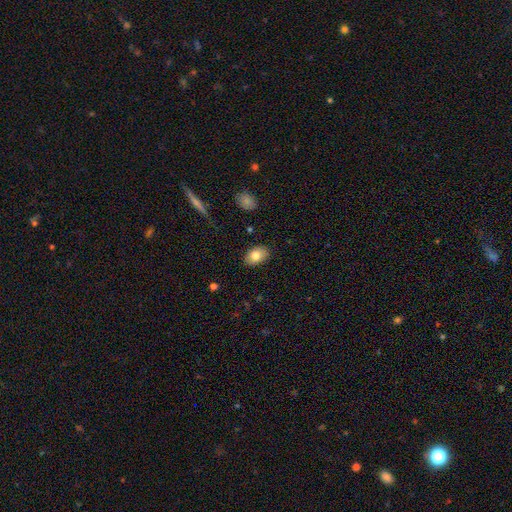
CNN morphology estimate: Smooth or featured? Predicted: smooth (p=0.80). How rounded? Predicted: in between (p=0.85). Merging? Predicted: none (p=0.86).